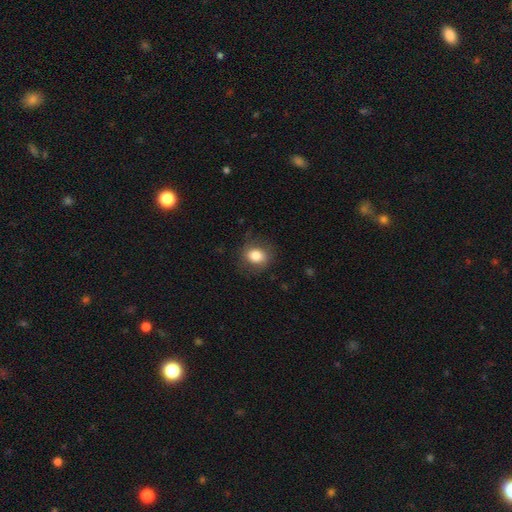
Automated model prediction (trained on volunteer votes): A smooth galaxy with no disk features (78%) that is round (57%).

Vote fractions:
- Smooth or featured? smooth: 78% / featured or disk: 13% / star or artifact: 8%
- How rounded? round: 57% / in between: 42% / cigar-shaped: 1%
- Merging? none: 77% / minor disturbance: 16% / major disturbance: 6% / merger: 1%